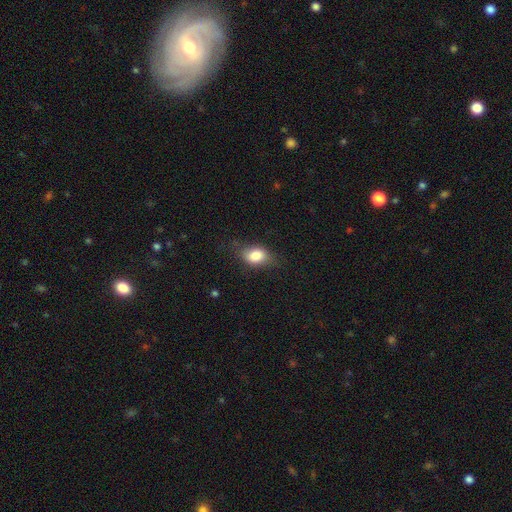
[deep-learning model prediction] Smooth or featured: smooth — 80% (featured or disk — 11%)
How rounded: in between — 74% (round — 24%)
Merging: none — 70% (minor disturbance — 22%)